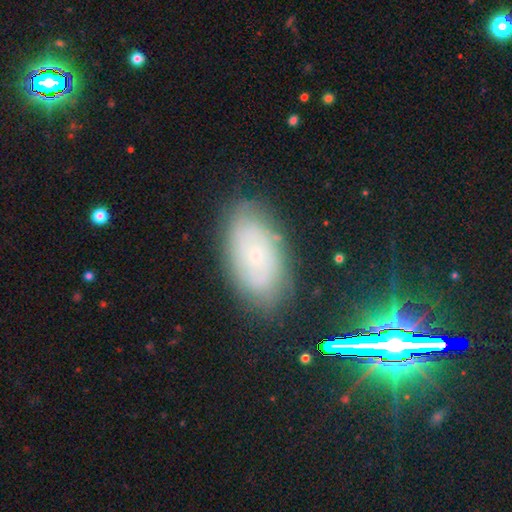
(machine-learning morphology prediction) Smooth or featured?
  - featured or disk: 49% *
  - smooth: 37%
  - star or artifact: 14%
Merging?
  - none: 80% *
  - minor disturbance: 14%
  - major disturbance: 4%
  - merger: 2%